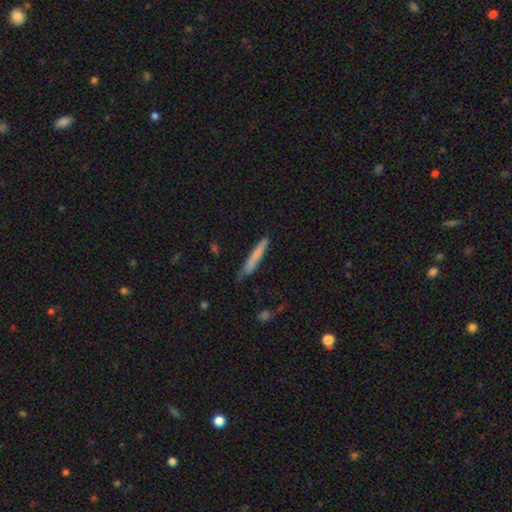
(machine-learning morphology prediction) type=smooth (72%); roundness=cigar-shaped (94%); merging=none (74%).